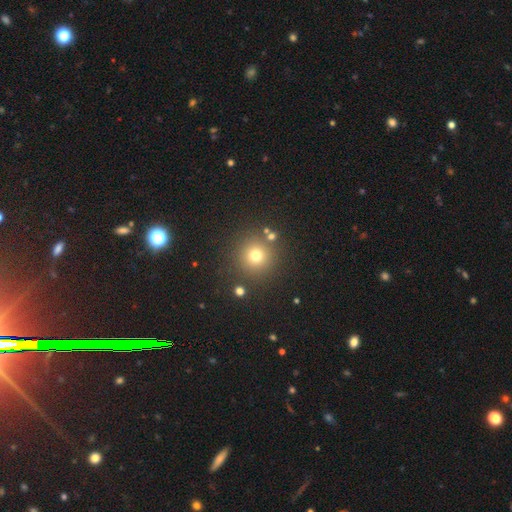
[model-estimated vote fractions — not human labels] smooth-or-featured: smooth: 72% | star or artifact: 19% | featured or disk: 9%
  how-rounded: round: 95% | in between: 4% | cigar-shaped: 1%
  merging: none: 85% | minor disturbance: 7% | merger: 5% | major disturbance: 3%